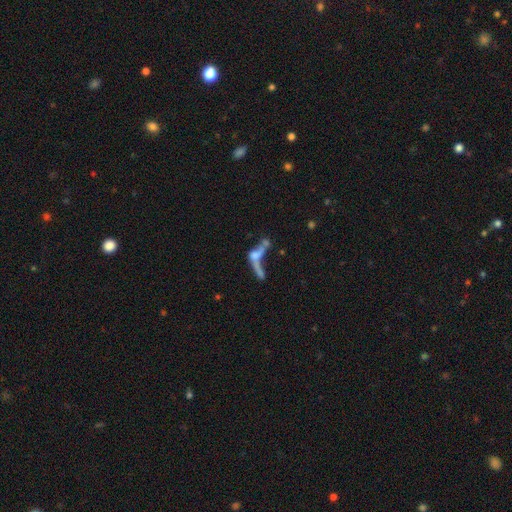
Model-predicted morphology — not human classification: Q: Smooth or featured?
A: featured or disk (48%); runner-up: smooth (36%)
Q: Merging?
A: merger (46%); runner-up: major disturbance (28%)